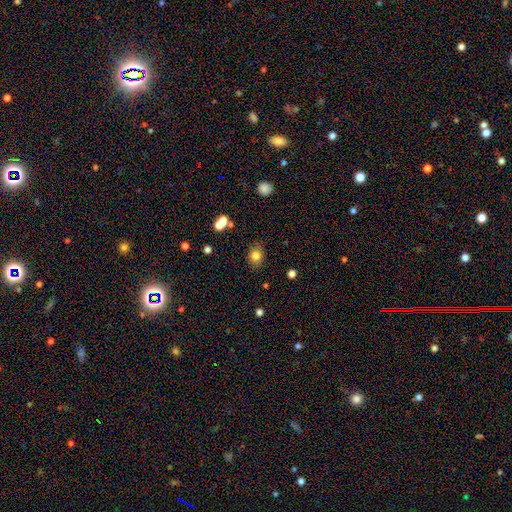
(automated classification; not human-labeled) This is clearly a smooth galaxy (80%). How rounded: possibly round (56%). Merging: clearly none (81%).